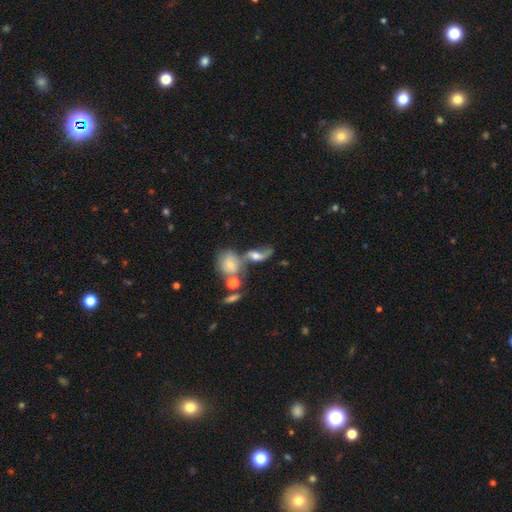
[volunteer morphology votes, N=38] Smooth or featured?
  - smooth: 47% *
  - featured or disk: 45%
  - star or artifact: 8%
How rounded?
  - in between: 72% *
  - round: 28%
  - cigar-shaped: 0%
Merging?
  - merger: 49% *
  - major disturbance: 20%
  - none: 17%
  - minor disturbance: 14%